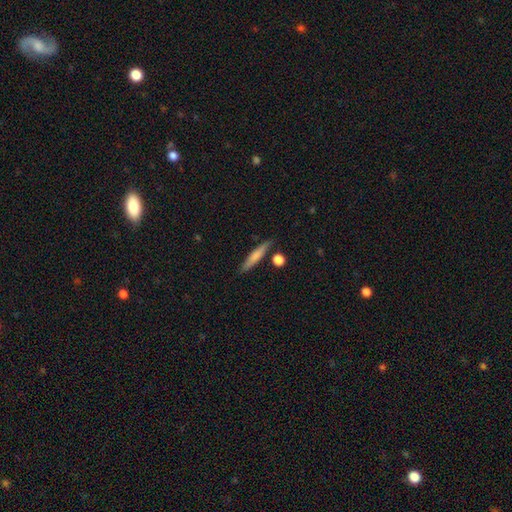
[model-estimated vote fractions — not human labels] Smooth or featured: smooth — 67% (featured or disk — 27%)
How rounded: cigar-shaped — 88% (in between — 9%)
Merging: none — 80% (minor disturbance — 11%)